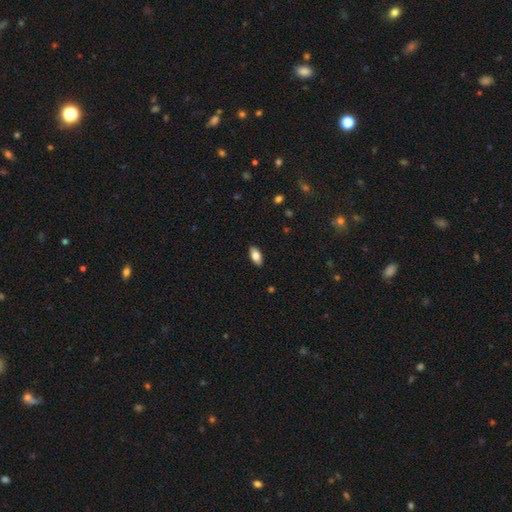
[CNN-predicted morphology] This appears to be a smooth galaxy with no disk features (78%) that is in between round and cigar-shaped (91%). Merging: none (89%).